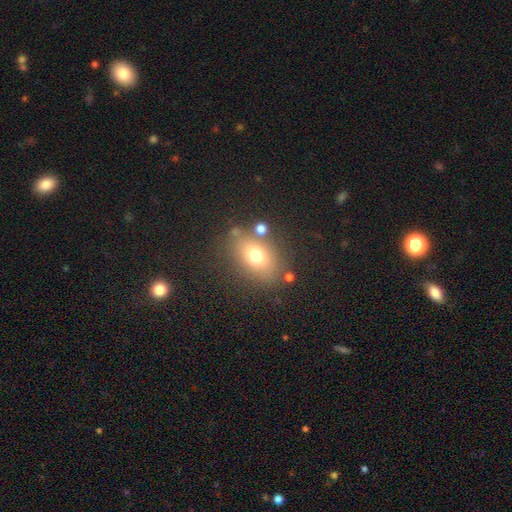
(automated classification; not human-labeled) smooth_or_featured: smooth (p=0.71) [alt: featured or disk p=0.15]
how_rounded: in between (p=0.68) [alt: round p=0.30]
merging: none (p=0.75) [alt: minor disturbance p=0.13]